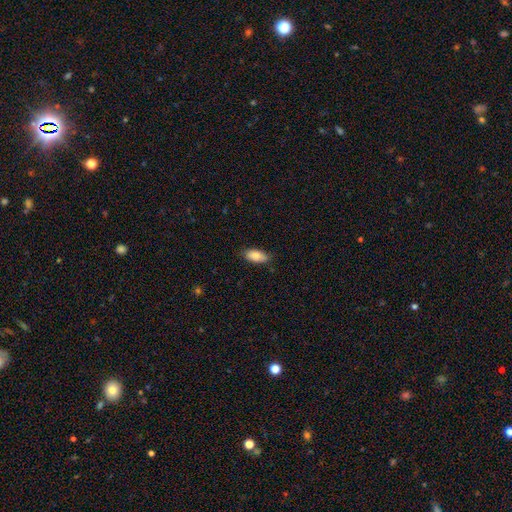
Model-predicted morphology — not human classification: Smooth or featured: smooth — 84% (featured or disk — 10%)
How rounded: in between — 89% (cigar-shaped — 9%)
Merging: none — 79% (minor disturbance — 17%)